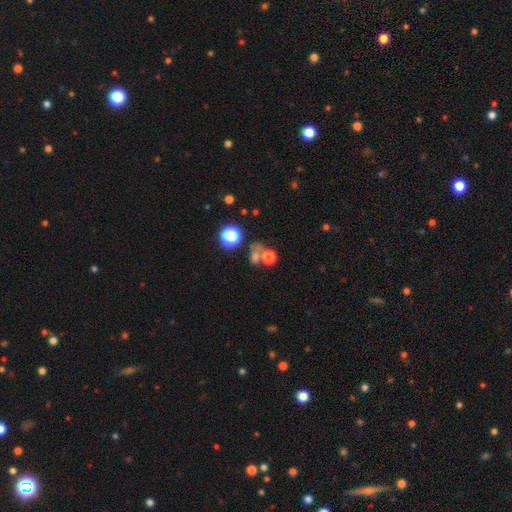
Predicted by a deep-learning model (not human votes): Smooth or featured? smooth (50%)
How rounded? round (67%)
Merging? none (50%)